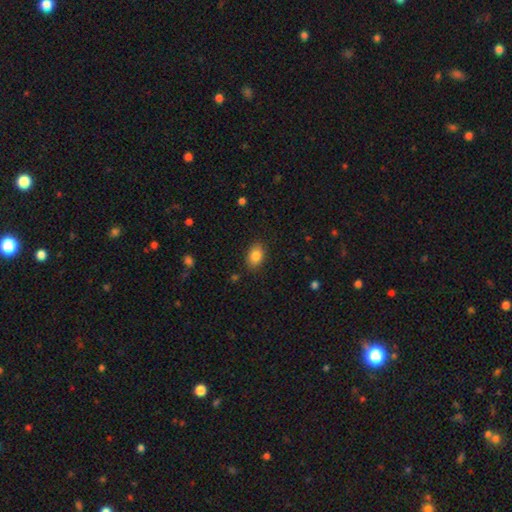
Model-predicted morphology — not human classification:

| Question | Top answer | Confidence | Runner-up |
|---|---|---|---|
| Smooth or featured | smooth | 84% | star or artifact (9%) |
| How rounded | in between | 81% | round (18%) |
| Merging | none | 87% | minor disturbance (10%) |